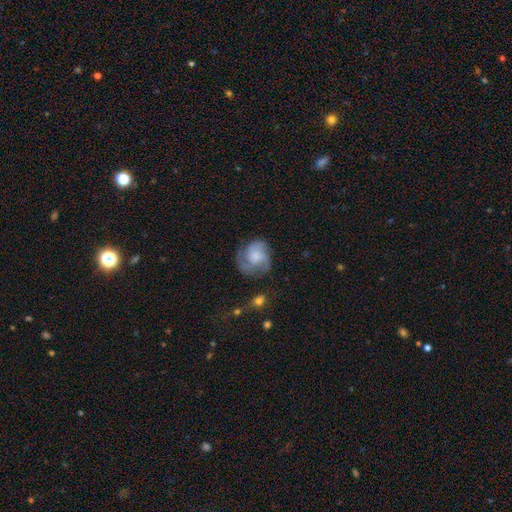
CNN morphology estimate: Overall: featured or disk (67%). Edge-on disk: no (98%). Bar: no (73%). Spiral arms: yes (91%). Spiral arm count: 3 (46%; 2 18%). Spiral winding: medium (45%; tight 38%). Bulge size: moderate (36%; small 35%). Merging: none (62%).